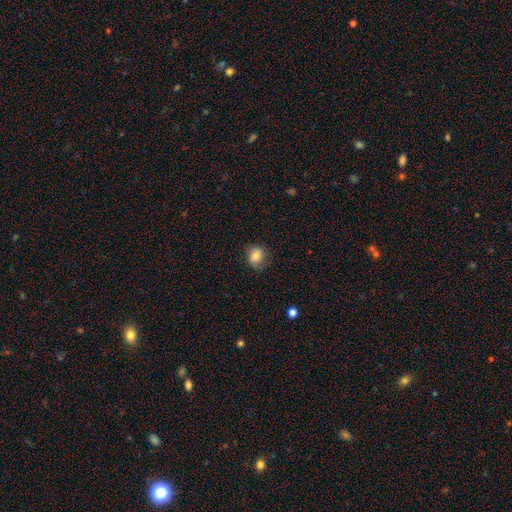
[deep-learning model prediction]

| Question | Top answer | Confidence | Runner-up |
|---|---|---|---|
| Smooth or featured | smooth | 75% | featured or disk (16%) |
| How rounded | round | 59% | in between (40%) |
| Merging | none | 68% | minor disturbance (23%) |